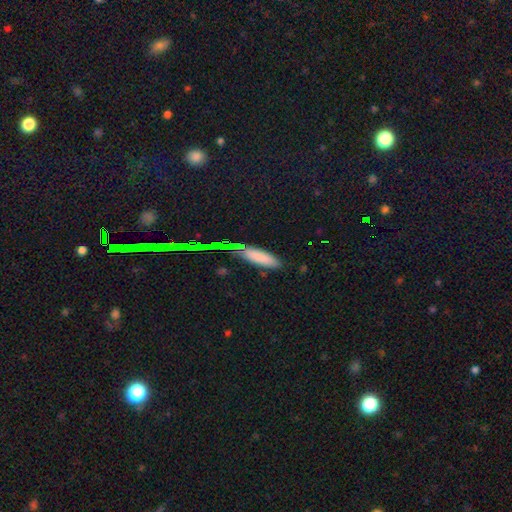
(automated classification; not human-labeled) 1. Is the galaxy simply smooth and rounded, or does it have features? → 78% smooth, 12% star or artifact, 11% featured or disk.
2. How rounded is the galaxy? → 64% cigar-shaped, 33% in between, 2% round.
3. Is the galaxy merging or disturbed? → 65% none, 22% minor disturbance, 8% major disturbance, 6% merger.